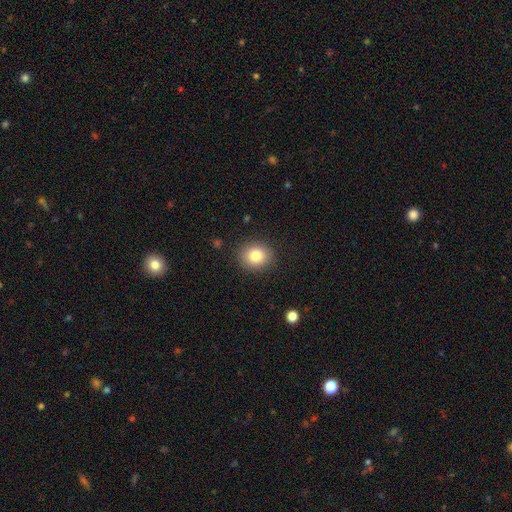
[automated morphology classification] The model was most divided on "how rounded": round: 73%, in between: 26%, cigar-shaped: 1%. More confident: merging — none (88%); smooth or featured — smooth (82%).